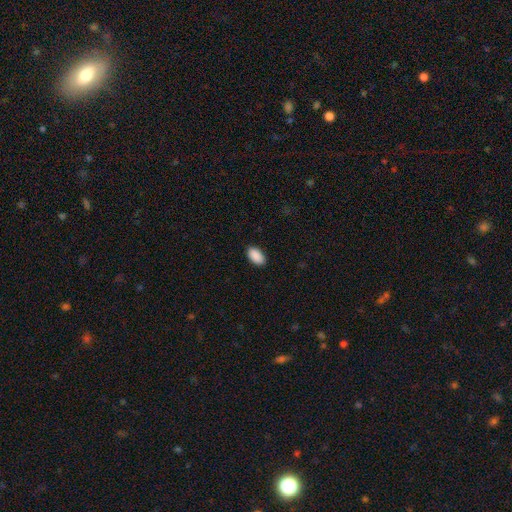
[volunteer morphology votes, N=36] smooth 97%, featured or disk 3%, star or artifact 0%. Down the decision tree: how rounded — in between (94%); merging — none (94%).